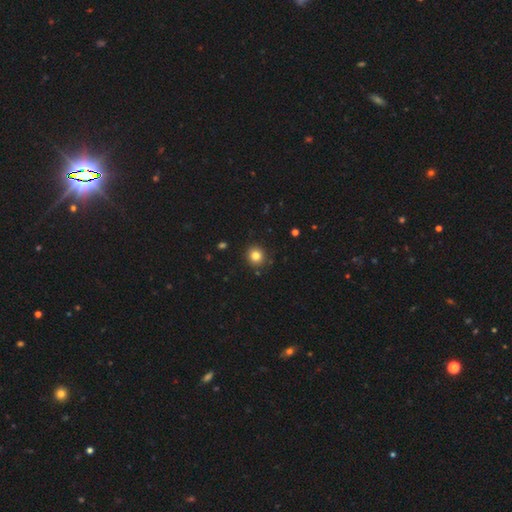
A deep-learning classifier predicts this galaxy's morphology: smooth_or_featured: smooth (p=0.82) [alt: star or artifact p=0.12]
how_rounded: round (p=0.89) [alt: in between p=0.10]
merging: none (p=0.90) [alt: minor disturbance p=0.07]